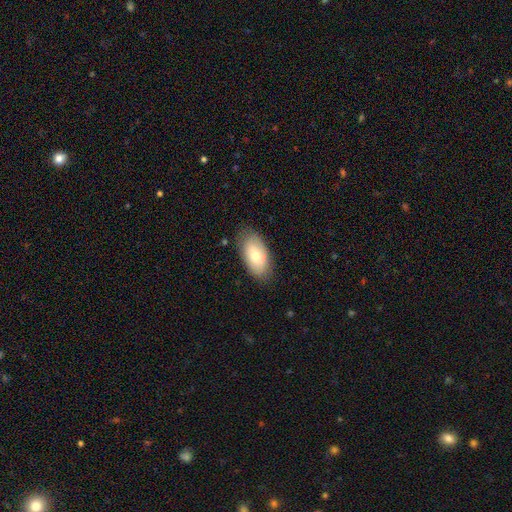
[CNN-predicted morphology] smooth-or-featured: smooth: 66% | featured or disk: 28% | star or artifact: 6%
  how-rounded: in between: 93% | round: 4% | cigar-shaped: 3%
  merging: none: 81% | minor disturbance: 15% | major disturbance: 3% | merger: 1%